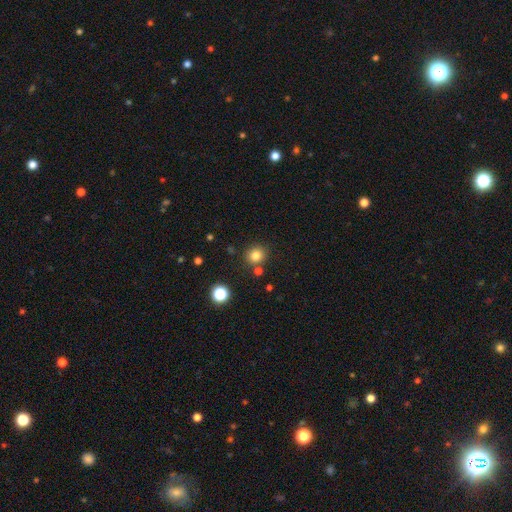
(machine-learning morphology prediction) Smooth or featured? Predicted: smooth (p=0.81). How rounded? Predicted: round (p=0.90). Merging? Predicted: none (p=0.82).